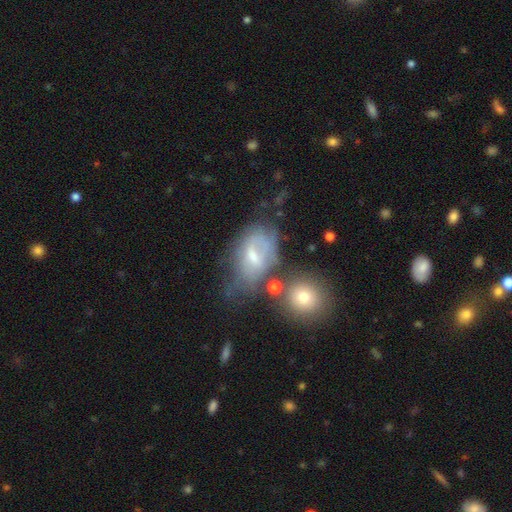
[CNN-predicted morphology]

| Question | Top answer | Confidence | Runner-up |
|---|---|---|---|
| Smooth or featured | featured or disk | 58% | smooth (31%) |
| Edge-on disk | no | 92% | yes (8%) |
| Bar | weak | 48% | no (36%) |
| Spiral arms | yes | 55% | no (45%) |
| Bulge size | moderate | 47% | small (44%) |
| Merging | none | 38% | minor disturbance (27%) |